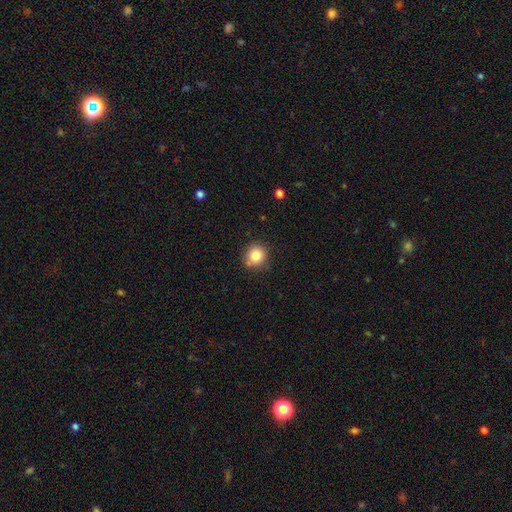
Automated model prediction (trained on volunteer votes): Smooth or featured? Predicted: smooth (p=0.82). How rounded? Predicted: round (p=0.91). Merging? Predicted: none (p=0.80).